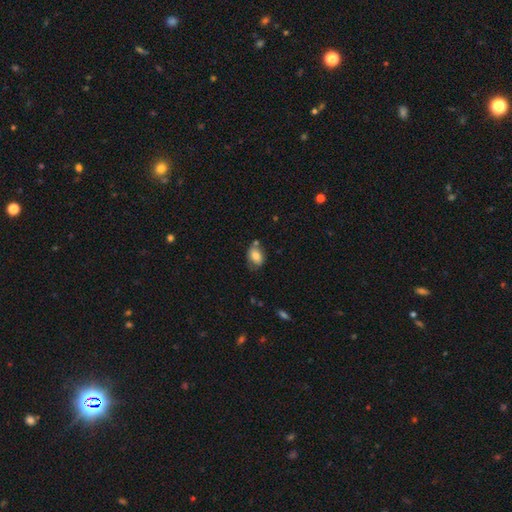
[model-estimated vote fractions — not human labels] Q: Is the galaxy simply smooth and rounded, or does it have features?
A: smooth — 79%.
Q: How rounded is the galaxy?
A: in between — 80%.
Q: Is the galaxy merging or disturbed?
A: none — 59%.